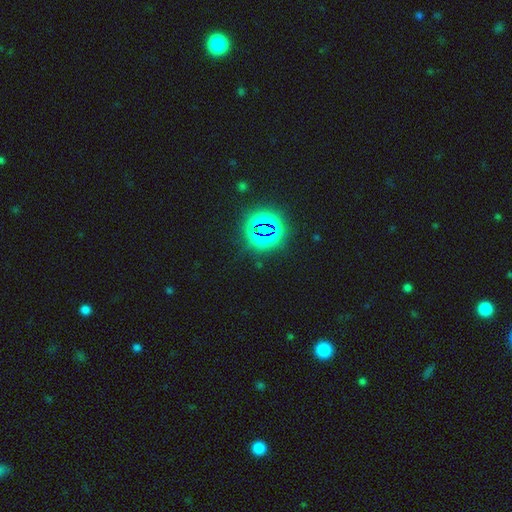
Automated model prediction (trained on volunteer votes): The model was most divided on "smooth or featured": star or artifact: 80%, smooth: 12%, featured or disk: 8%.